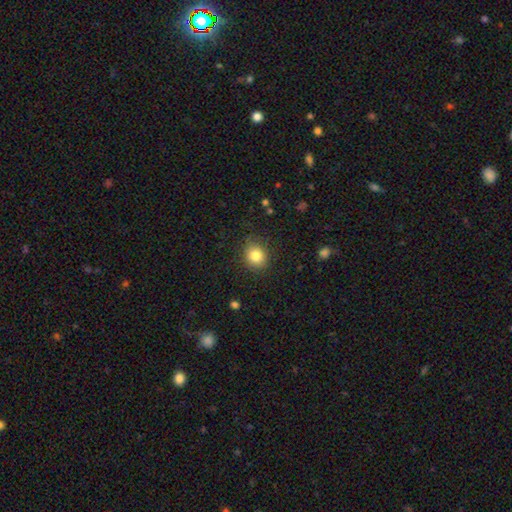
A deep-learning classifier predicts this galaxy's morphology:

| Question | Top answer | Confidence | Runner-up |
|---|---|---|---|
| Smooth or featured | smooth | 83% | star or artifact (10%) |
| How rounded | round | 73% | in between (26%) |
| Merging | none | 85% | minor disturbance (11%) |